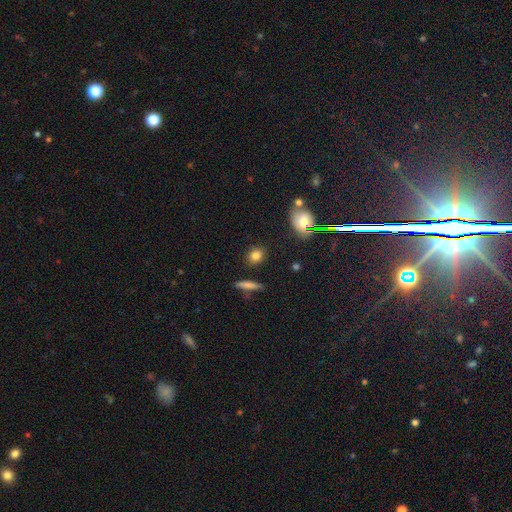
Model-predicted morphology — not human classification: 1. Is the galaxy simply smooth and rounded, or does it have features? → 82% smooth, 11% star or artifact, 7% featured or disk.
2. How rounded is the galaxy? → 61% round, 34% in between, 5% cigar-shaped.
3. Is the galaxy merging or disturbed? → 86% none, 8% minor disturbance, 3% merger, 2% major disturbance.